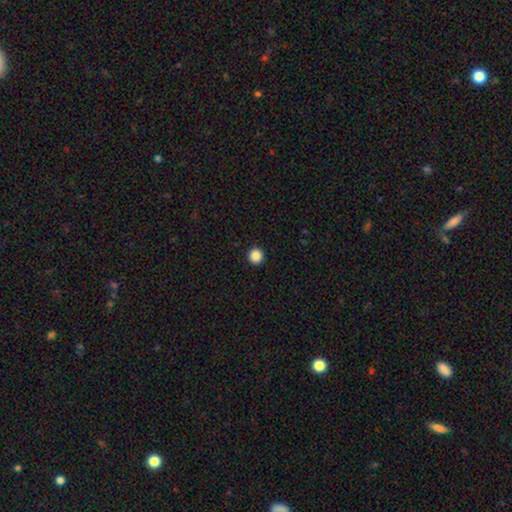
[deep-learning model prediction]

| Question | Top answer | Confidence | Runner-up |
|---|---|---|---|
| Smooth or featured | smooth | 87% | star or artifact (10%) |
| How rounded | round | 96% | in between (3%) |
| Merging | none | 94% | minor disturbance (4%) |